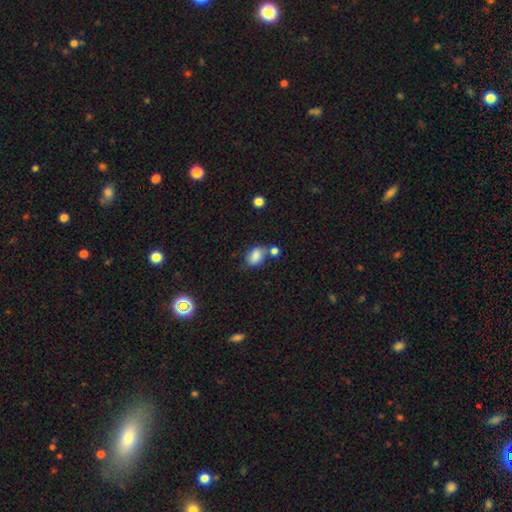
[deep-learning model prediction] This appears to be a smooth galaxy with no disk features (81%) that is in between round and cigar-shaped (80%). Merging: none (46%).